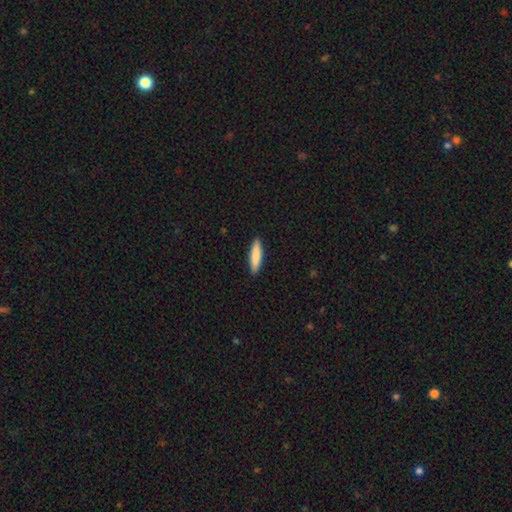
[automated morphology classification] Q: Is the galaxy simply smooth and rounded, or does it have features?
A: smooth — 85%.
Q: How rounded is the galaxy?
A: cigar-shaped — 78%.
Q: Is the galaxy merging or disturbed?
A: none — 90%.